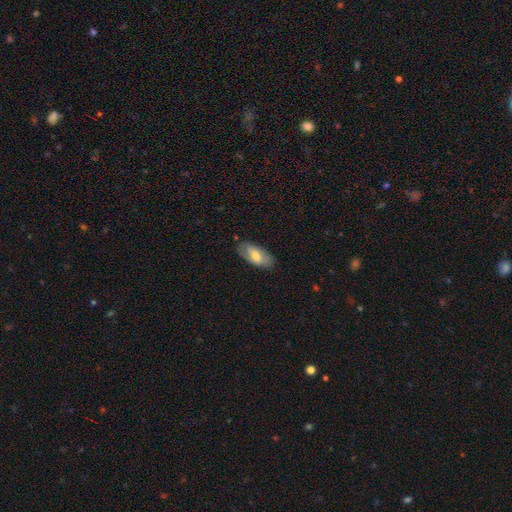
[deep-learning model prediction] Smooth or featured? Predicted: smooth (p=0.68). How rounded? Predicted: in between (p=0.90). Merging? Predicted: none (p=0.82).